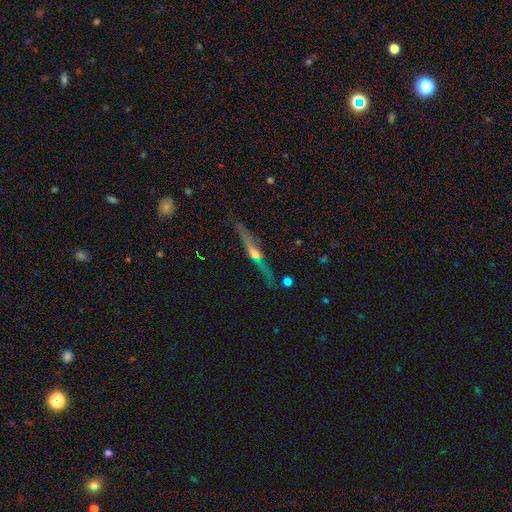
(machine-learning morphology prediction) Smooth or featured? featured or disk (75%)
Edge-on disk? yes (95%)
Edge-on bulge? rounded (85%)
Merging? none (80%)